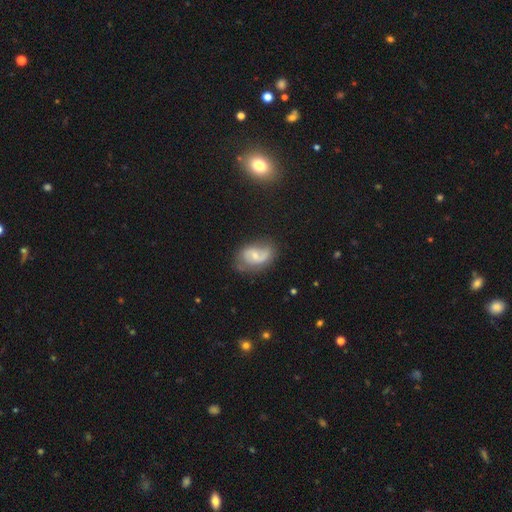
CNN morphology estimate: Smooth or featured? Predicted: featured or disk (p=0.66). Edge-on disk? Predicted: no (p=0.97). Bar? Predicted: no (p=0.51). Spiral arms? Predicted: yes (p=0.87). Spiral winding? Predicted: medium (p=0.41). Spiral arm count? Predicted: 2 (p=0.68). Bulge size? Predicted: small (p=0.54). Merging? Predicted: none (p=0.58).